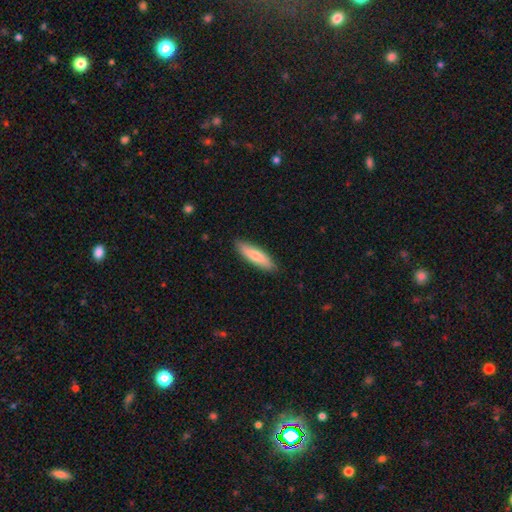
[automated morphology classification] A smooth galaxy with no disk features (77%) that is cigar-shaped (64%).

Vote fractions:
- Smooth or featured? smooth: 77% / featured or disk: 18% / star or artifact: 5%
- How rounded? cigar-shaped: 64% / in between: 34% / round: 2%
- Merging? none: 87% / minor disturbance: 10% / major disturbance: 2% / merger: 1%